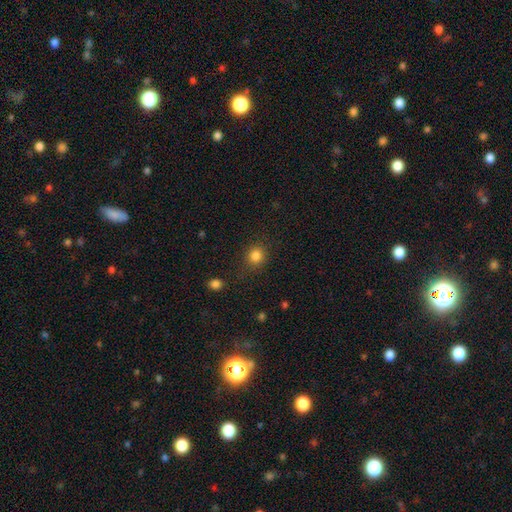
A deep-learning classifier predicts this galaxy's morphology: This is clearly a smooth galaxy (83%). How rounded: clearly round (85%). Merging: clearly none (82%).